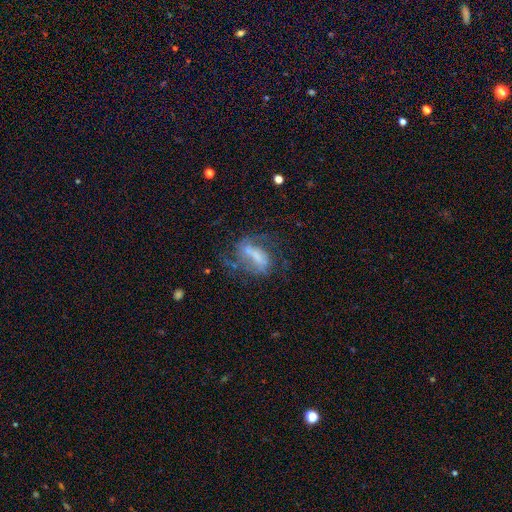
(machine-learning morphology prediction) Smooth or featured?
  - featured or disk: 64% *
  - smooth: 25%
  - star or artifact: 10%
Edge-on disk?
  - no: 94% *
  - yes: 6%
Bar?
  - strong: 40% *
  - weak: 35%
  - no: 25%
Spiral arms?
  - yes: 75% *
  - no: 25%
Bulge size?
  - small: 30% * (tied)
  - none: 30% * (tied)
  - moderate: 24%
  - large: 13%
  - dominant: 3%
Merging?
  - none: 41% *
  - major disturbance: 33%
  - minor disturbance: 21%
  - merger: 6%